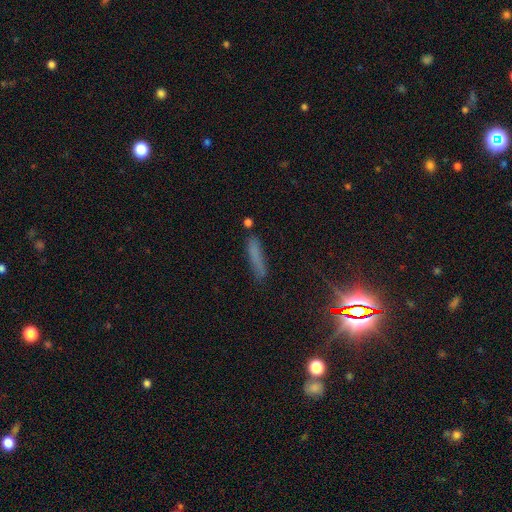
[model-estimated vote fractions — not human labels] Q: Smooth or featured?
A: smooth (60%); runner-up: star or artifact (23%)
Q: How rounded?
A: cigar-shaped (87%); runner-up: in between (11%)
Q: Merging?
A: none (74%); runner-up: minor disturbance (18%)